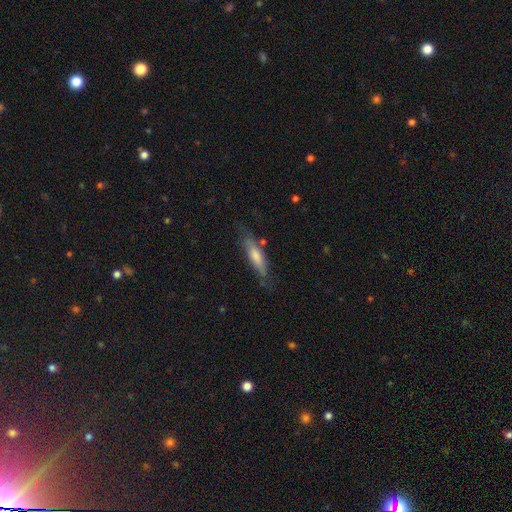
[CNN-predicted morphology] Smooth or featured?
  - smooth: 58% *
  - featured or disk: 34%
  - star or artifact: 7%
How rounded?
  - cigar-shaped: 67% *
  - in between: 32%
  - round: 2%
Merging?
  - none: 66% *
  - minor disturbance: 23%
  - major disturbance: 8%
  - merger: 3%